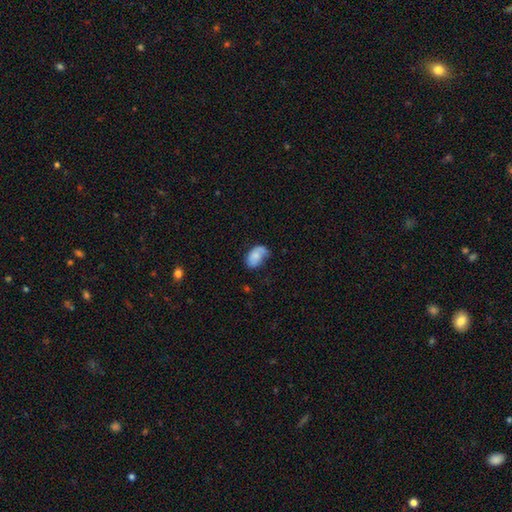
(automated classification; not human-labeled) Morphology: type=smooth (71%); roundness=in between (90%); merging=none (44%).